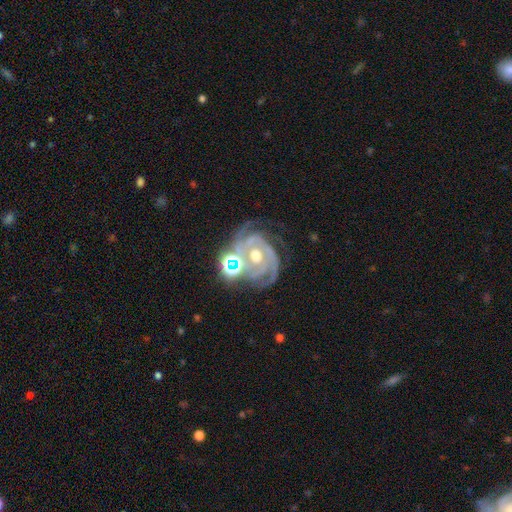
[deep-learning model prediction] A featured or disk galaxy (82%) with no bar (69%), 3 (34%) tight (57%) spiral arms (96%) and a moderate central bulge (74%).

Vote fractions:
- Smooth or featured? featured or disk: 82% / star or artifact: 11% / smooth: 6%
- Edge-on disk? no: 97% / yes: 3%
- Bar? no: 69% / weak: 21% / strong: 9%
- Spiral arms? yes: 96% / no: 4%
- Spiral winding? tight: 57% / medium: 35% / loose: 8%
- Spiral arm count? 3: 34% / 2: 30% / can't tell: 17% / 4: 8% / 1: 6% / more than 4: 6%
- Bulge size? moderate: 74% / small: 19% / large: 5% / none: 2% / dominant: 1%
- Merging? none: 46% / minor disturbance: 21% / major disturbance: 17% / merger: 16%